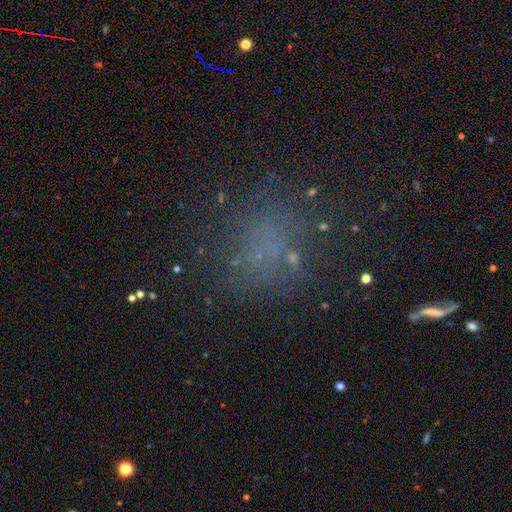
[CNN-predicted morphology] Overall: smooth (39%; star or artifact 37%). Merging: none (61%).